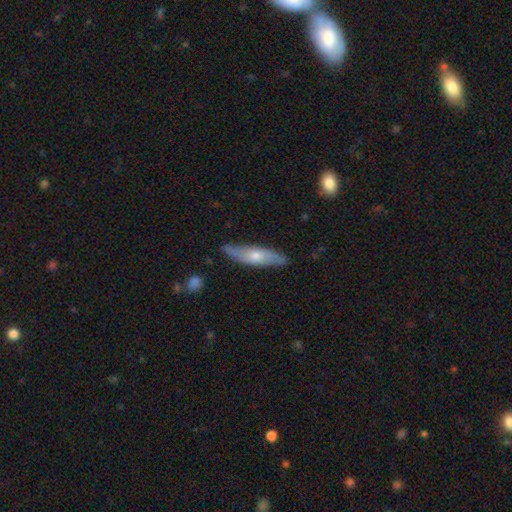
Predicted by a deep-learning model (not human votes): This is possibly a featured or disk galaxy (51%). It is likely viewed edge-on (65%). Merging: clearly none (83%).